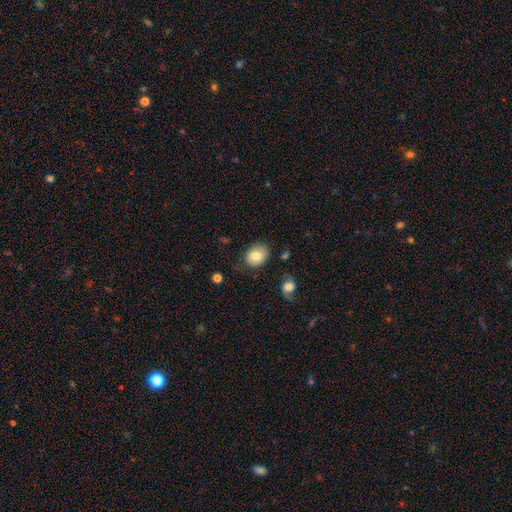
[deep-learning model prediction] This is likely a smooth galaxy (77%). How rounded: likely in between (61%). Merging: likely none (71%).